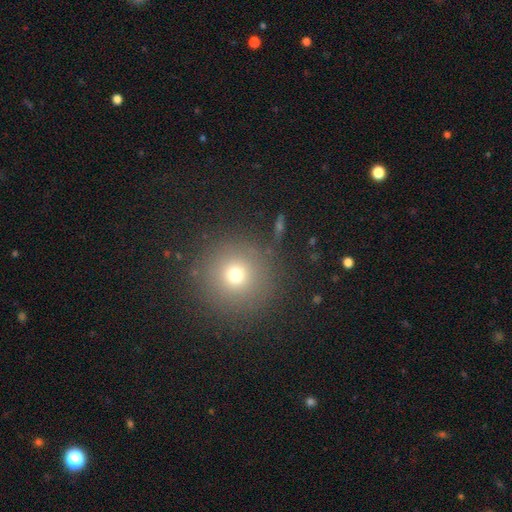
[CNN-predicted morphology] smooth_or_featured: smooth (p=0.65) [alt: star or artifact p=0.26]
how_rounded: round (p=0.95) [alt: in between p=0.04]
merging: none (p=0.88) [alt: minor disturbance p=0.07]